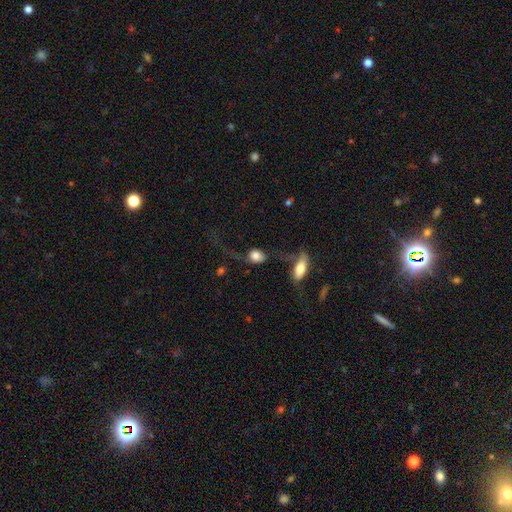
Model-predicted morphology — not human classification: smooth-or-featured: smooth: 61% | featured or disk: 30% | star or artifact: 9%
  how-rounded: in between: 53% | round: 43% | cigar-shaped: 4%
  merging: major disturbance: 37% | merger: 26% | none: 24% | minor disturbance: 13%